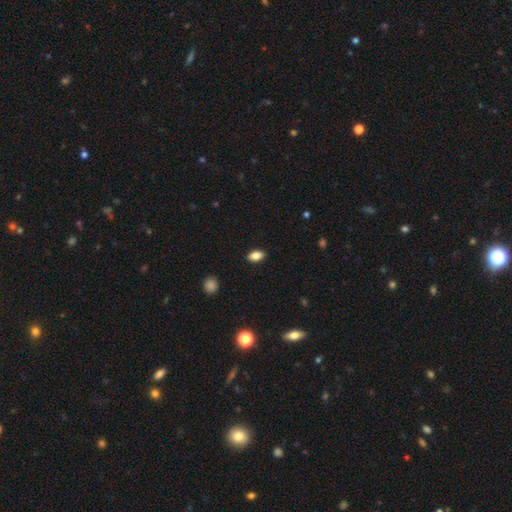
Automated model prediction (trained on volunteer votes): smooth_or_featured: smooth (p=0.83) [alt: featured or disk p=0.09]
how_rounded: in between (p=0.90) [alt: round p=0.07]
merging: none (p=0.89) [alt: minor disturbance p=0.08]